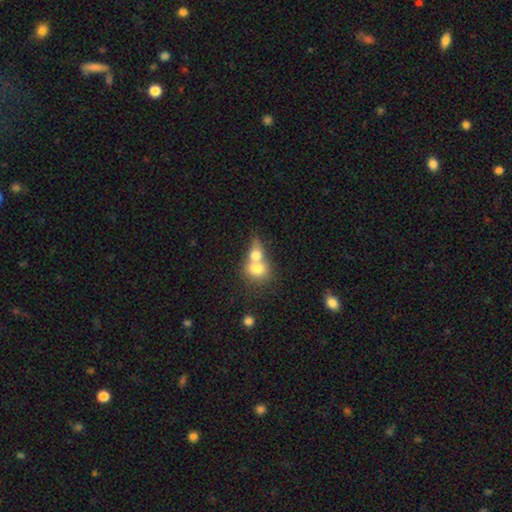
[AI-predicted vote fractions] Smooth or featured? Predicted: smooth (p=0.72). How rounded? Predicted: in between (p=0.51). Merging? Predicted: merger (p=0.76).